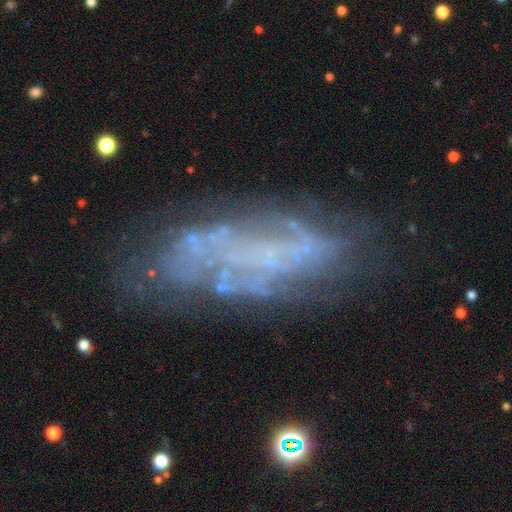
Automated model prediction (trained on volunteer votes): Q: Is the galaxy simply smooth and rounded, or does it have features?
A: featured or disk — 65%.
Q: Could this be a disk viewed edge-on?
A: no — 86%.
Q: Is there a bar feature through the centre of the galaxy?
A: no — 77%.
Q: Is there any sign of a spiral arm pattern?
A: no — 54%.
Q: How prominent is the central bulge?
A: none — 73%.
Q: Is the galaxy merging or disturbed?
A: none — 65%.